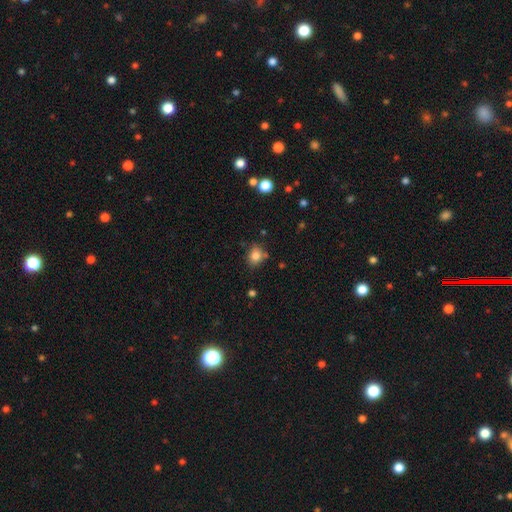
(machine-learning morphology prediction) type=smooth (81%); roundness=round (59%); merging=none (73%).